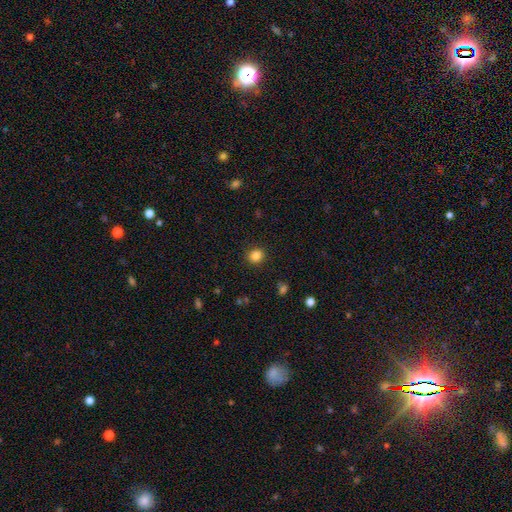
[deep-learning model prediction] A smooth galaxy with no disk features (84%) that is round (82%).

Vote fractions:
- Smooth or featured? smooth: 84% / star or artifact: 12% / featured or disk: 4%
- How rounded? round: 82% / in between: 17% / cigar-shaped: 1%
- Merging? none: 90% / minor disturbance: 7% / major disturbance: 2% / merger: 1%